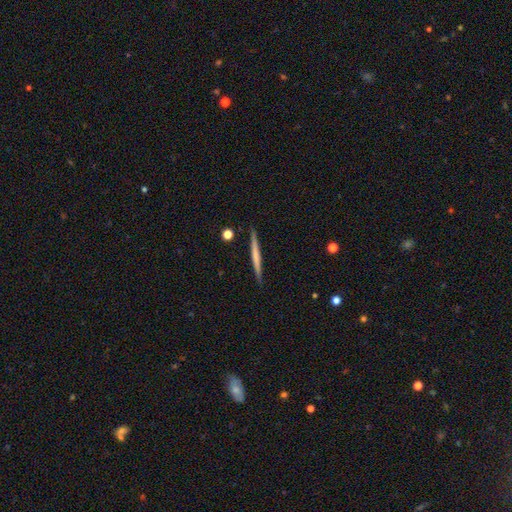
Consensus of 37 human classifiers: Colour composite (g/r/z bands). It shows a smooth galaxy with no disk features (54%) that is cigar-shaped (100%). Merging: none (100%).